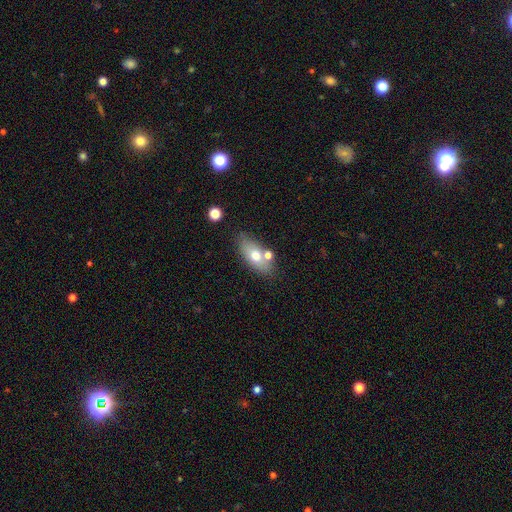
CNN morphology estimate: The model was most divided on "smooth or featured": smooth: 66%, featured or disk: 26%, star or artifact: 8%. More confident: how rounded — in between (85%); merging — none (66%).